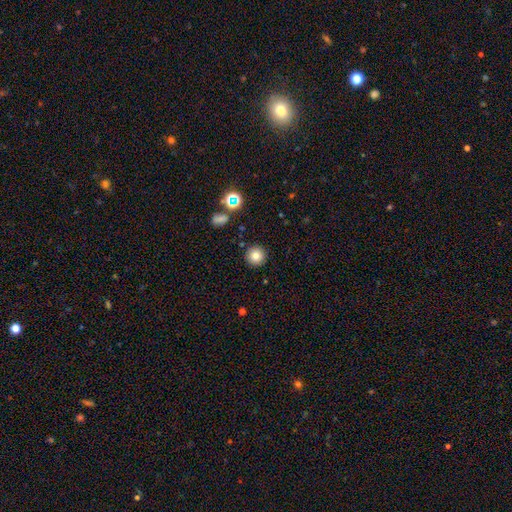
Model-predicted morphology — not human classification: This appears to be a smooth galaxy with no disk features (80%) that is round (95%). Merging: none (91%).